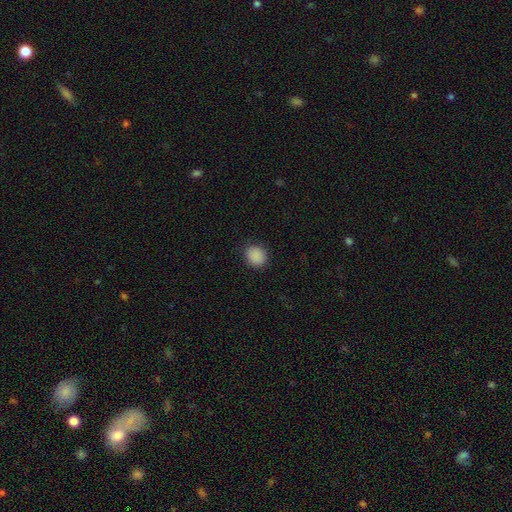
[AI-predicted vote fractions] smooth_or_featured: smooth (p=0.88) [alt: star or artifact p=0.09]
how_rounded: round (p=0.75) [alt: in between p=0.24]
merging: none (p=0.87) [alt: minor disturbance p=0.09]